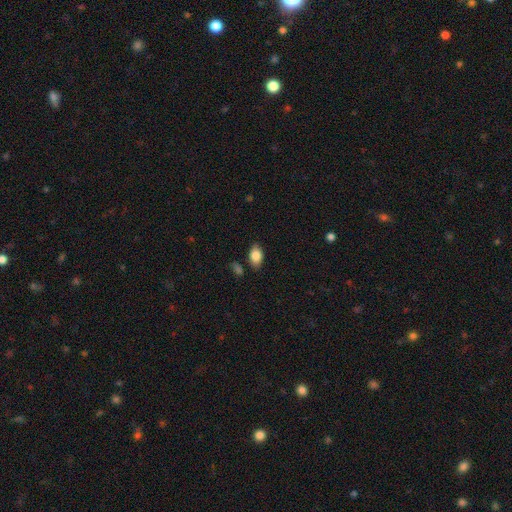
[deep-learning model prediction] Smooth or featured: smooth — 85% (featured or disk — 8%)
How rounded: in between — 89% (round — 10%)
Merging: none — 81% (minor disturbance — 13%)